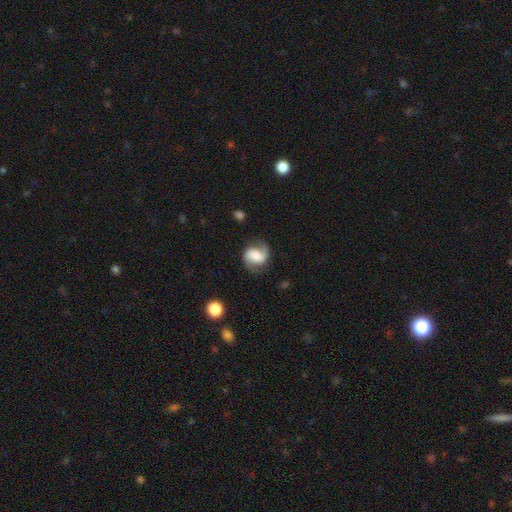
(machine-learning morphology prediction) Overall: featured or disk (75%). Edge-on disk: no (98%). Bar: weak (42%; no 38%). Spiral arms: yes (95%). Spiral arm count: 2 (86%). Spiral winding: medium (46%; loose 37%). Bulge size: moderate (28%; large 25%). Merging: none (73%).